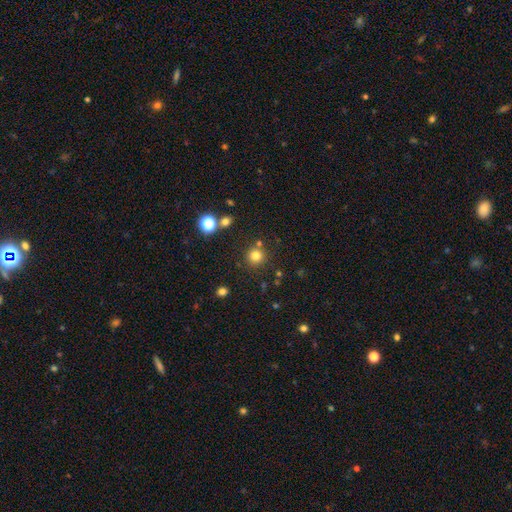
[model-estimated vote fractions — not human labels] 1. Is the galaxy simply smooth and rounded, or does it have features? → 78% smooth, 16% star or artifact, 6% featured or disk.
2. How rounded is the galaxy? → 94% round, 5% in between, 1% cigar-shaped.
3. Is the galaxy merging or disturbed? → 83% none, 8% minor disturbance, 7% merger, 3% major disturbance.